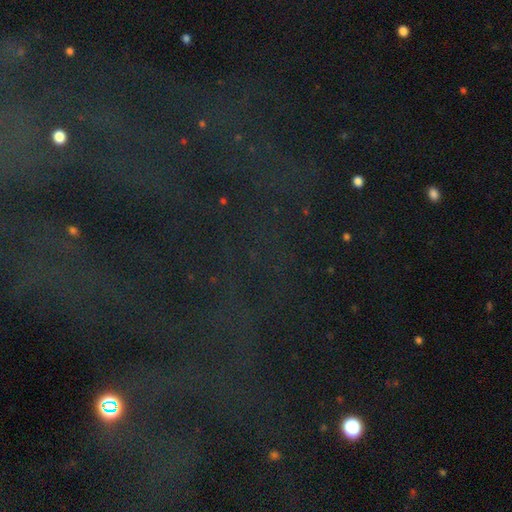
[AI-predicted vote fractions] Overall: star or artifact (78%).